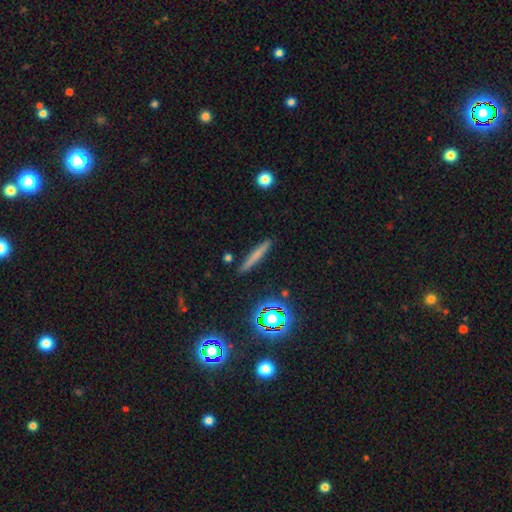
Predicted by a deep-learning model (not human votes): Overall: smooth (60%; featured or disk 27%). How rounded: cigar-shaped (93%). Merging: none (89%).